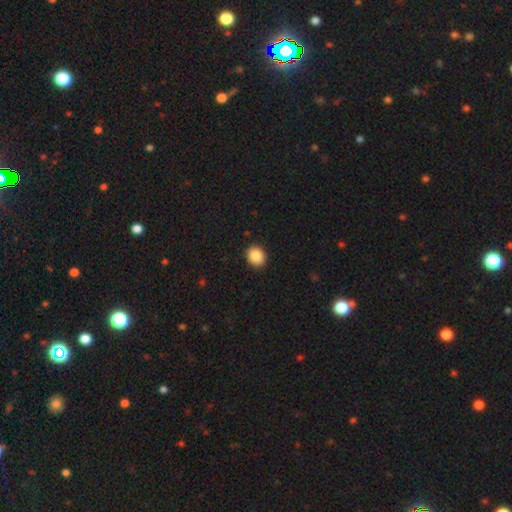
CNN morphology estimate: This appears to be a smooth galaxy with no disk features (88%) that is round (66%). Merging: none (91%).